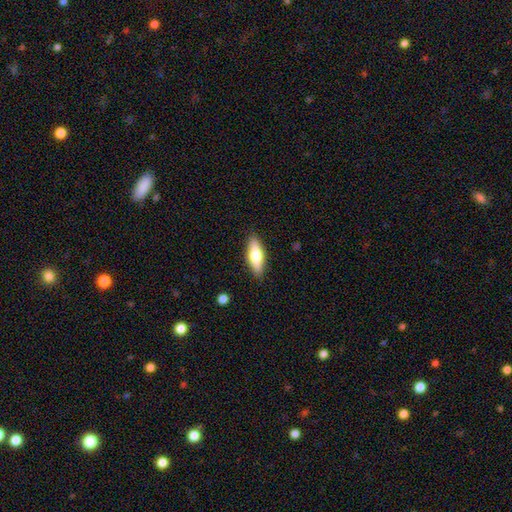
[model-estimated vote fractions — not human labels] smooth-or-featured: smooth: 58% | featured or disk: 36% | star or artifact: 6%
  how-rounded: in between: 54% | cigar-shaped: 43% | round: 2%
  merging: none: 88% | minor disturbance: 9% | major disturbance: 2% | merger: 1%